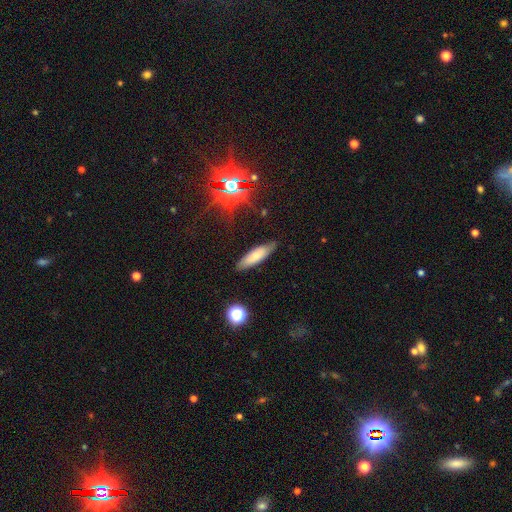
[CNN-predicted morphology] Smooth or featured? smooth (70%)
How rounded? cigar-shaped (57%)
Merging? none (82%)